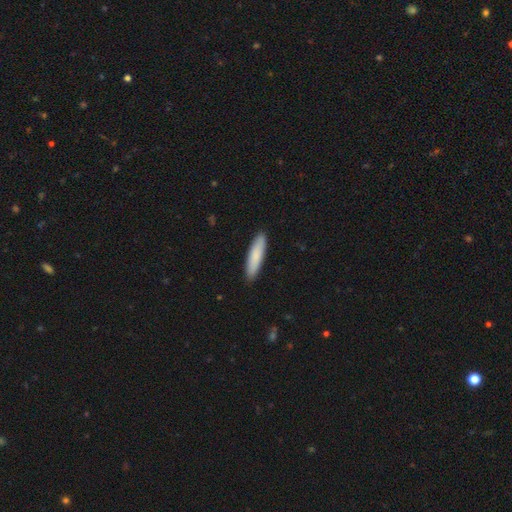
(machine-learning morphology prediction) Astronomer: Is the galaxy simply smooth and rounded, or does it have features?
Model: smooth — 85%.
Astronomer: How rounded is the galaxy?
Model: cigar-shaped — 76%.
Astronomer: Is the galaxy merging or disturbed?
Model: none — 91%.